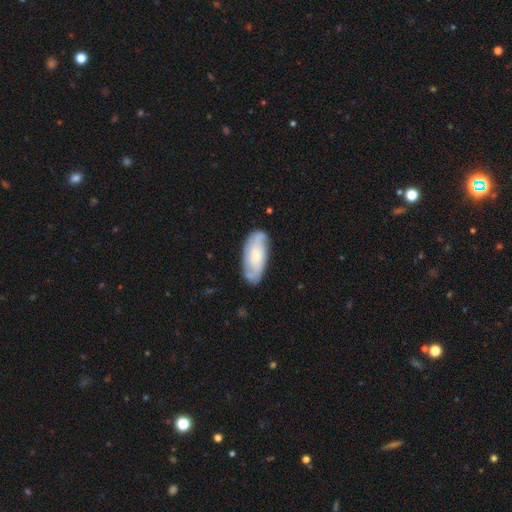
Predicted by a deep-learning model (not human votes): Q: Smooth or featured?
A: featured or disk (55%); runner-up: smooth (39%)
Q: Edge-on disk?
A: no (90%); runner-up: yes (10%)
Q: Merging?
A: none (76%); runner-up: minor disturbance (18%)